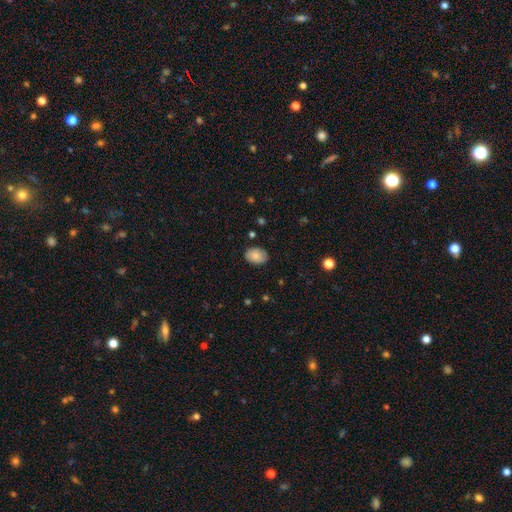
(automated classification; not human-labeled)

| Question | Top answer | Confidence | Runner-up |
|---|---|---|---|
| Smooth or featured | smooth | 83% | featured or disk (9%) |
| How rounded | in between | 76% | round (23%) |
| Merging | none | 83% | minor disturbance (13%) |